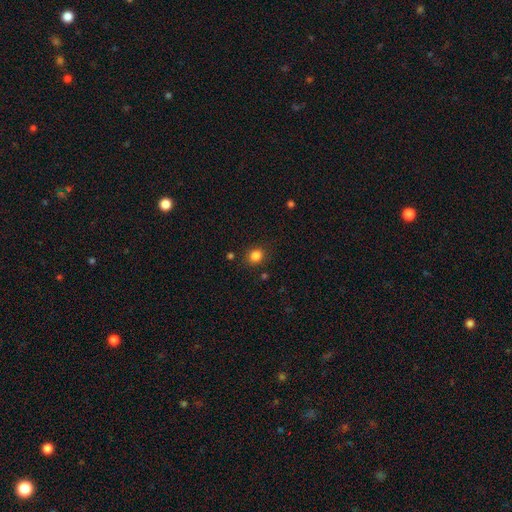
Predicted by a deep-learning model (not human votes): A smooth galaxy with no disk features (84%) that is round (69%). Merging: none (85%).